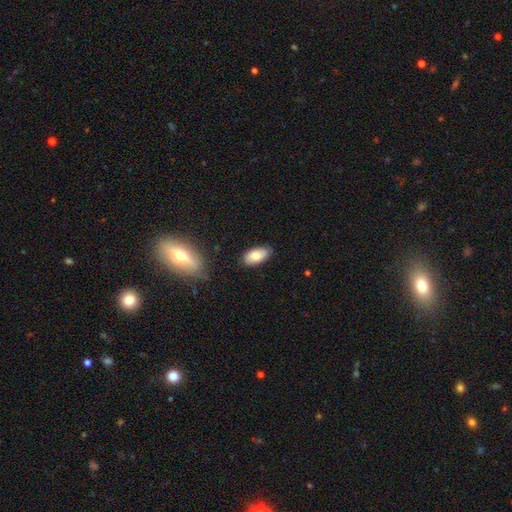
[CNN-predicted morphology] smooth 75%, featured or disk 18%, star or artifact 7%. Down the decision tree: how rounded — in between (94%); merging — none (83%).